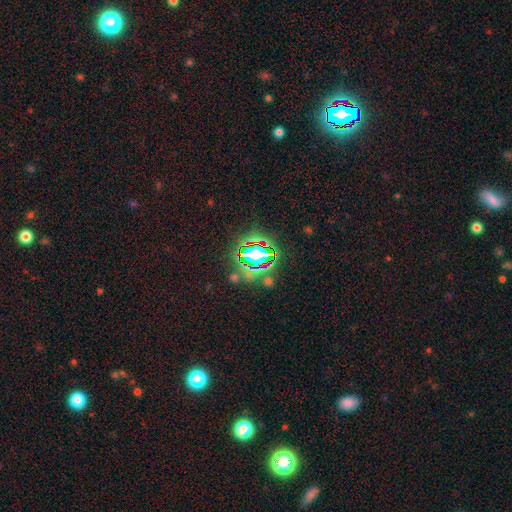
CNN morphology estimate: Smooth or featured: star or artifact — 82% (smooth — 12%)